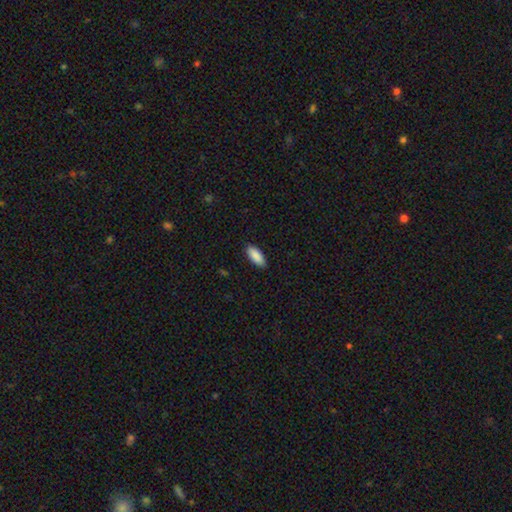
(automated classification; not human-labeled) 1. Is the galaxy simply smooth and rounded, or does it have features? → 90% smooth, 6% star or artifact, 4% featured or disk.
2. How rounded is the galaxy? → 80% in between, 18% cigar-shaped, 2% round.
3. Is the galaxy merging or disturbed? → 89% none, 8% minor disturbance, 2% major disturbance, 1% merger.